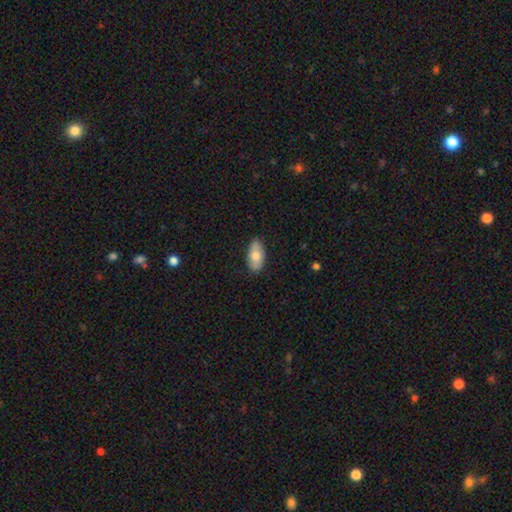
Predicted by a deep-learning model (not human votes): Overall: smooth (73%). How rounded: in between (93%). Merging: none (85%).